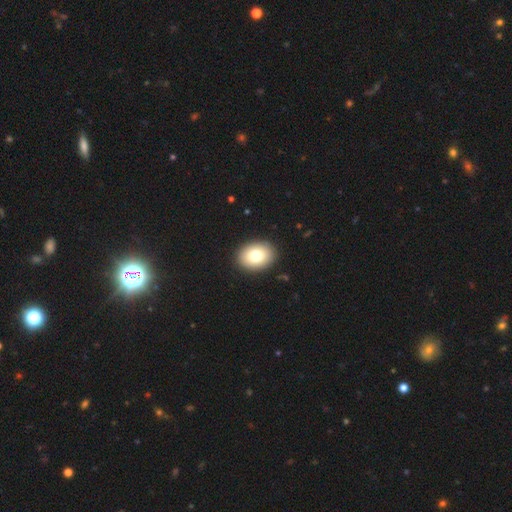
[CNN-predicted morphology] The model was most divided on "how rounded": in between: 70%, round: 29%, cigar-shaped: 1%. More confident: merging — none (91%); smooth or featured — smooth (80%).